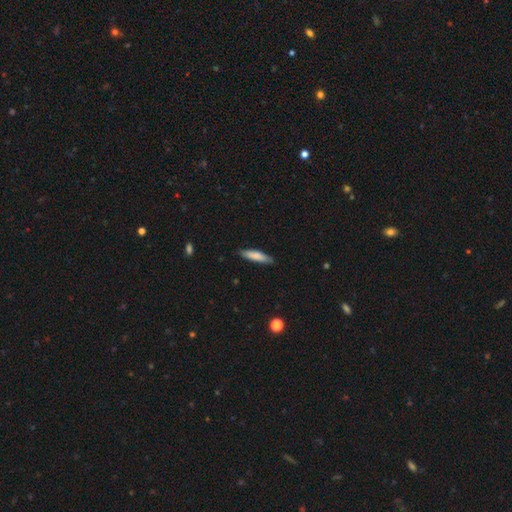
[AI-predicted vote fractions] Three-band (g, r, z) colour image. It shows a smooth galaxy with no disk features (78%) that is cigar-shaped (78%). Merging: none (86%).